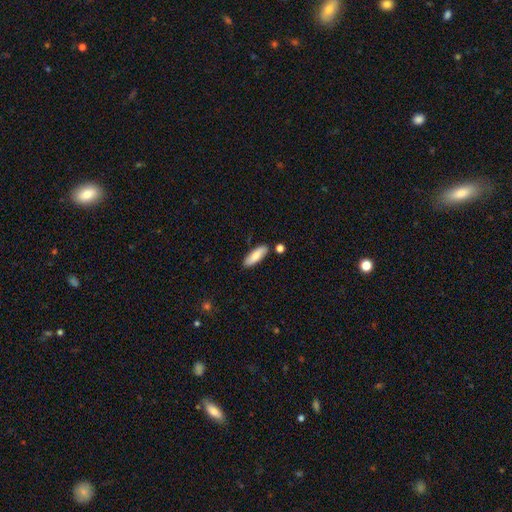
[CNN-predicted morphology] The model was most divided on "how rounded": in between: 59%, cigar-shaped: 39%, round: 2%. More confident: merging — none (83%); smooth or featured — smooth (80%).